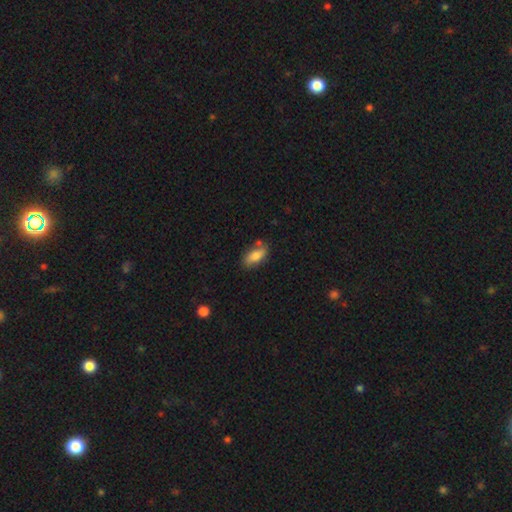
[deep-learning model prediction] Smooth or featured: smooth — 77% (featured or disk — 17%)
How rounded: in between — 81% (cigar-shaped — 15%)
Merging: none — 74% (minor disturbance — 17%)